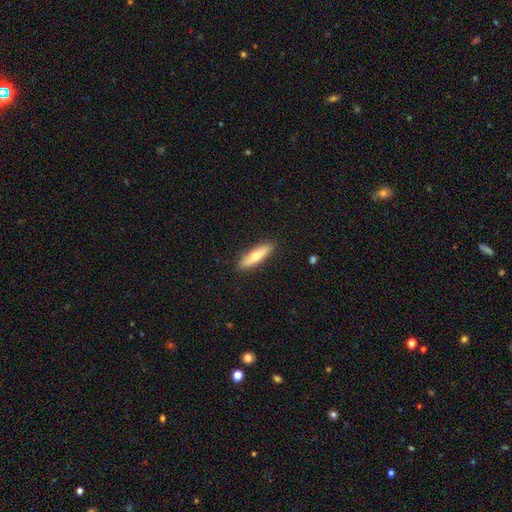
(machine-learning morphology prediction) A smooth galaxy with no disk features (58%) that is cigar-shaped (66%).

Vote fractions:
- Smooth or featured? smooth: 58% / featured or disk: 36% / star or artifact: 5%
- How rounded? cigar-shaped: 66% / in between: 31% / round: 2%
- Merging? none: 90% / minor disturbance: 8% / major disturbance: 2% / merger: 1%